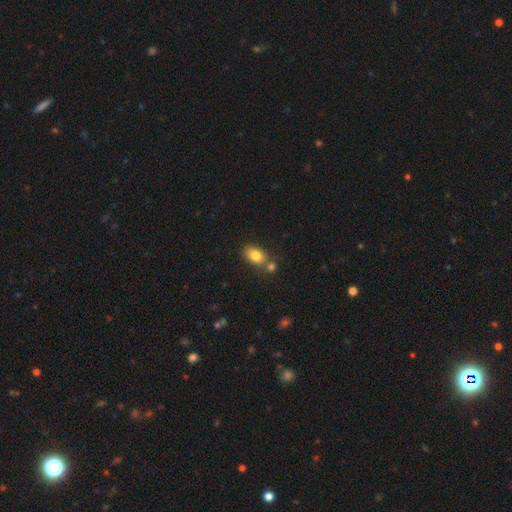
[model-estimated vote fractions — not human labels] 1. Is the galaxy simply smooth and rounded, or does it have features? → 82% smooth, 9% featured or disk, 9% star or artifact.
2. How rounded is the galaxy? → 81% in between, 18% round, 2% cigar-shaped.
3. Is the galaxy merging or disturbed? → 57% none, 26% merger, 13% minor disturbance, 4% major disturbance.